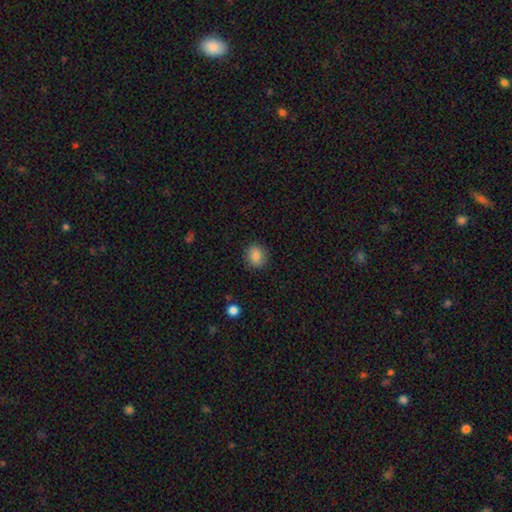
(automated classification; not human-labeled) Q: Smooth or featured?
A: smooth (85%); runner-up: star or artifact (9%)
Q: How rounded?
A: round (74%); runner-up: in between (25%)
Q: Merging?
A: none (88%); runner-up: minor disturbance (9%)